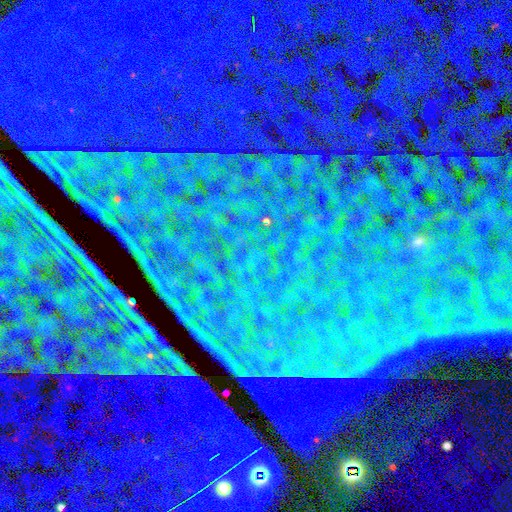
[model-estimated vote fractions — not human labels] Smooth or featured?
  - star or artifact: 86% *
  - smooth: 7%
  - featured or disk: 7%